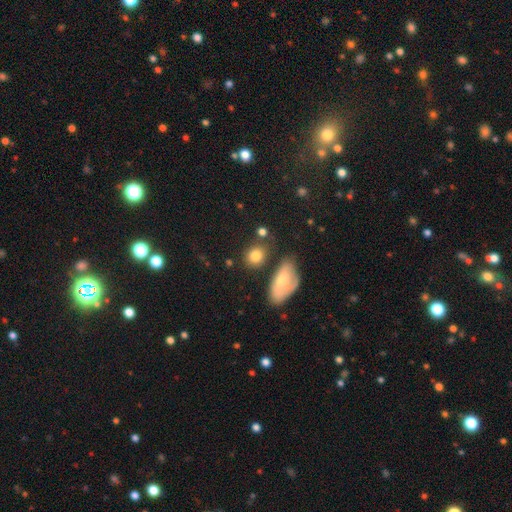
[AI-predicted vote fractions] Overall: smooth (81%). How rounded: round (61%; in between 36%). Merging: none (70%).